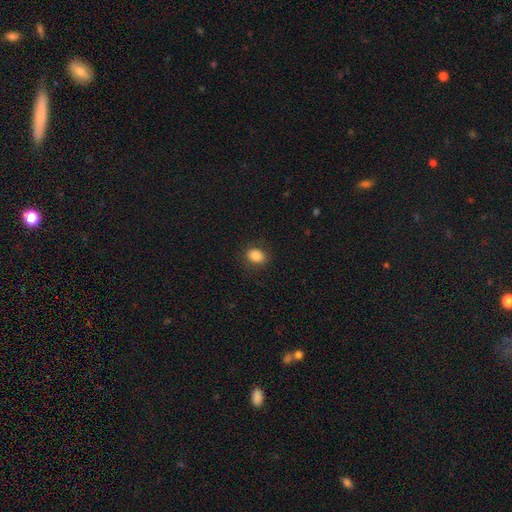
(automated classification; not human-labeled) This is clearly a smooth galaxy (84%). How rounded: possibly in between (52%). Merging: clearly none (86%).